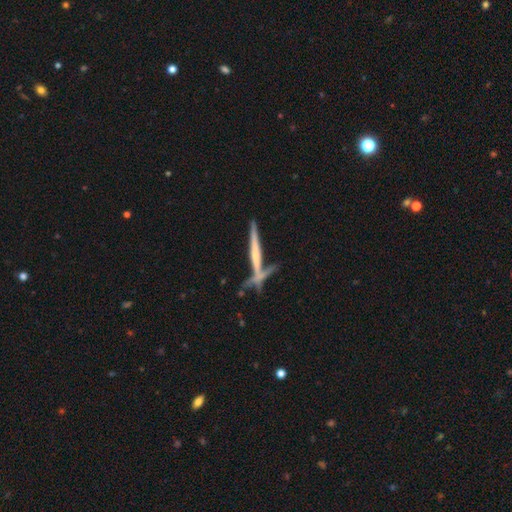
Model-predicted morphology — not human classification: type=featured or disk (65%); edge-on=yes (94%); edge-on bulge=none (51%); merging=none (57%).